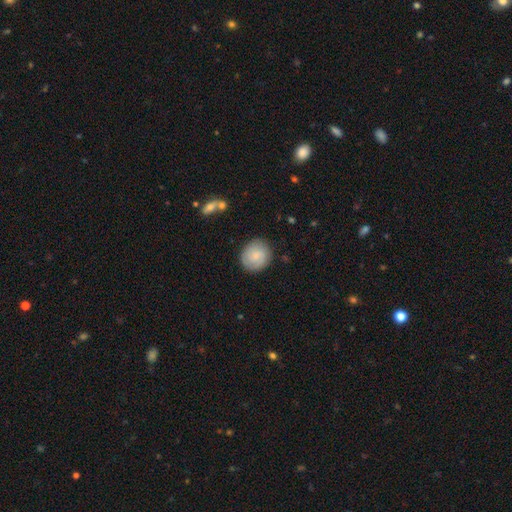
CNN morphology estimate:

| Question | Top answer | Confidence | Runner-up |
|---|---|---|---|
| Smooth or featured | smooth | 72% | featured or disk (21%) |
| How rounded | round | 82% | in between (17%) |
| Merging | none | 84% | minor disturbance (11%) |